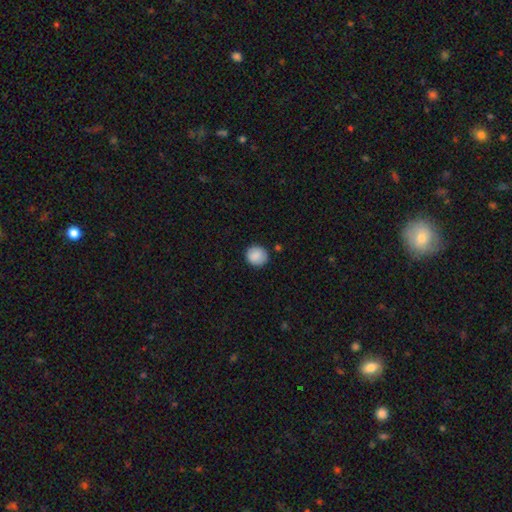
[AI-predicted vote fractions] Smooth or featured? smooth (88%)
How rounded? round (88%)
Merging? none (86%)